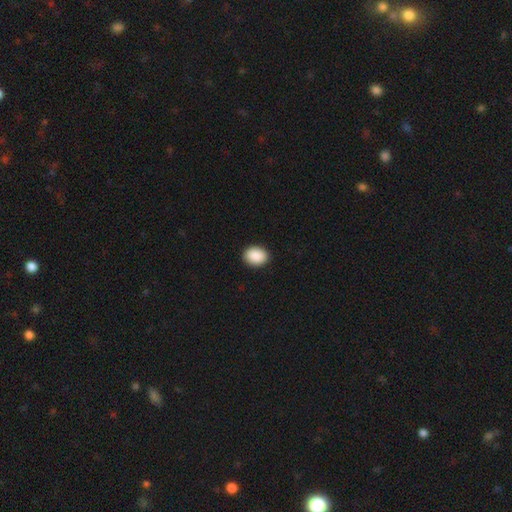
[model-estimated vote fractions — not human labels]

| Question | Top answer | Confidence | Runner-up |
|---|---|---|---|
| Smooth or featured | smooth | 91% | star or artifact (7%) |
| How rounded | in between | 64% | round (35%) |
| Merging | none | 92% | minor disturbance (6%) |